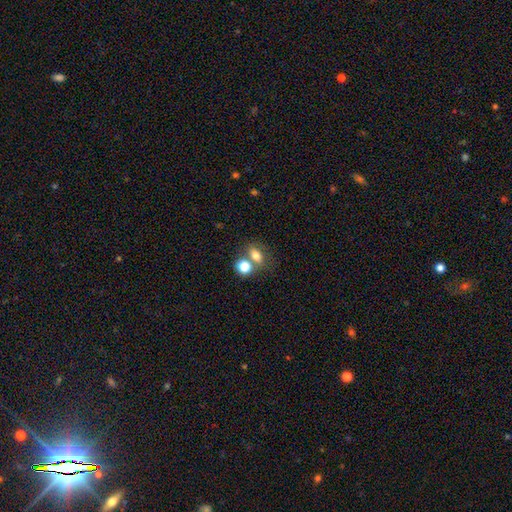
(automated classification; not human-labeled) The model was most divided on "merging": none: 49%, merger: 35%, minor disturbance: 11%, major disturbance: 5%. More confident: smooth or featured — smooth (75%); how rounded — in between (63%).